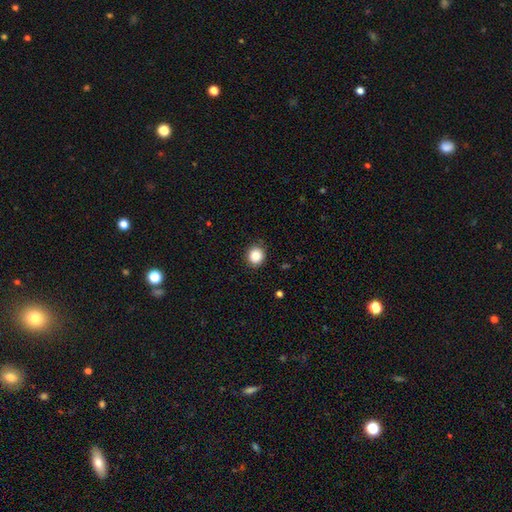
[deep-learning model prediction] Smooth or featured? Predicted: smooth (p=0.86). How rounded? Predicted: round (p=0.86). Merging? Predicted: none (p=0.89).